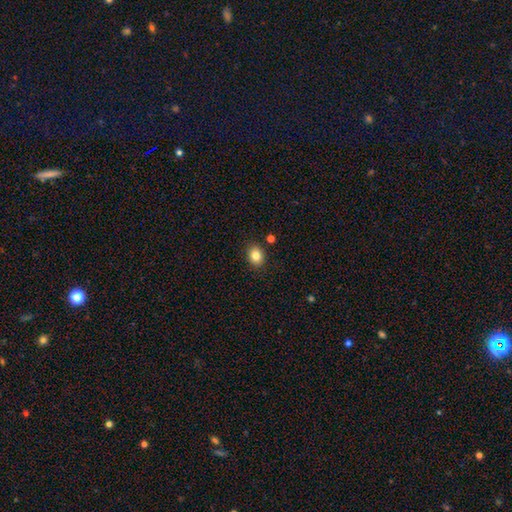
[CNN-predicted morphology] This appears to be a smooth galaxy with no disk features (84%) that is round (52%). Merging: none (88%).